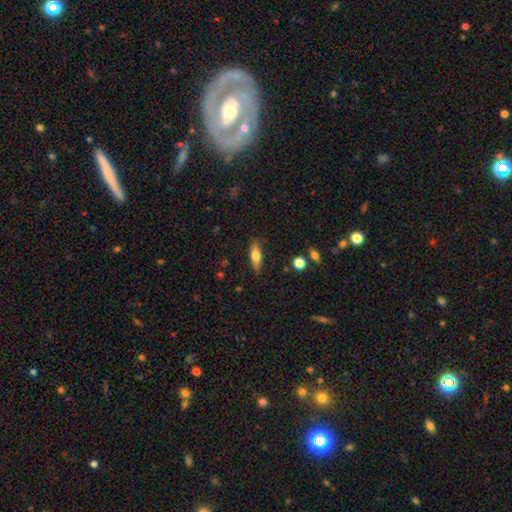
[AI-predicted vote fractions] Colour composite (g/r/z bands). It shows a smooth galaxy with no disk features (62%) that is cigar-shaped (53%). Merging: none (85%).